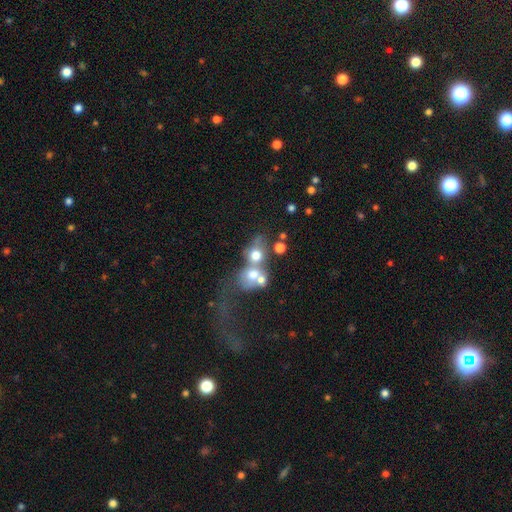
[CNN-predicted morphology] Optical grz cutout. It shows a smooth galaxy with no disk features (59%) that is round (64%). Merging: merger (63%).